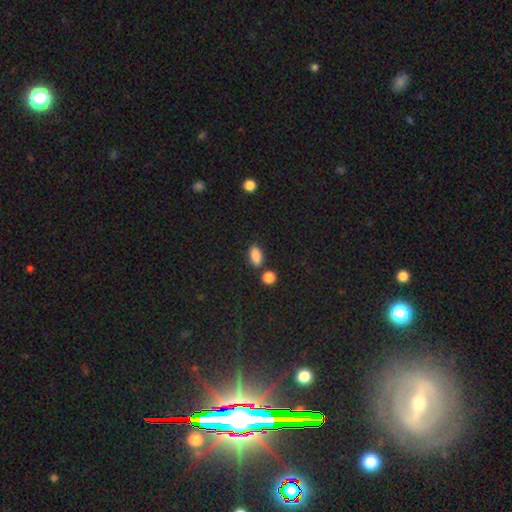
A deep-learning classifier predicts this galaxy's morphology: Smooth or featured? smooth (86%)
How rounded? in between (89%)
Merging? none (76%)